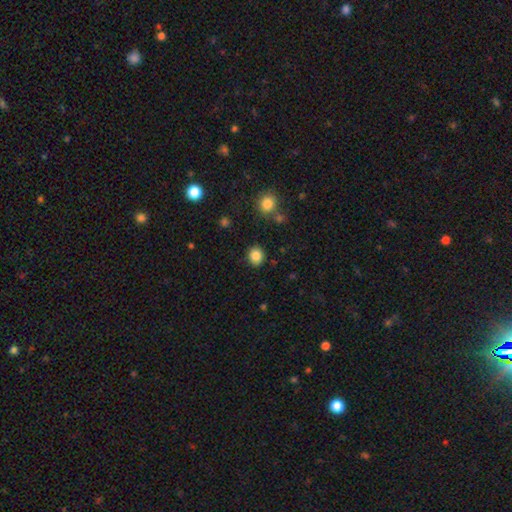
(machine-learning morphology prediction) A smooth galaxy with no disk features (85%) that is round (74%).

Vote fractions:
- Smooth or featured? smooth: 85% / star or artifact: 10% / featured or disk: 5%
- How rounded? round: 74% / in between: 25% / cigar-shaped: 1%
- Merging? none: 87% / minor disturbance: 8% / major disturbance: 3% / merger: 2%